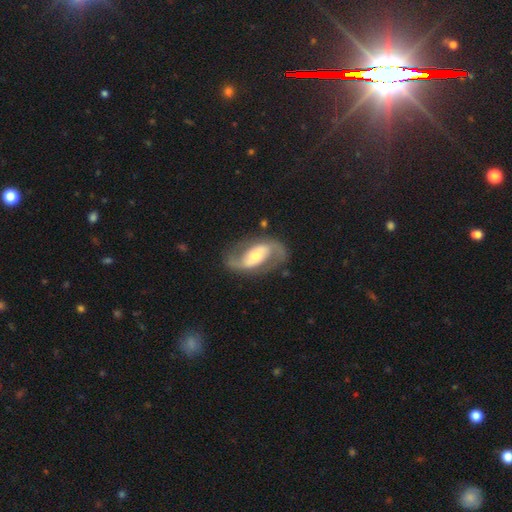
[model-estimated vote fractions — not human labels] A featured or disk galaxy (88%) with a strong bar (40%), 2 (93%) medium (44%) spiral arms (95%) and a moderate central bulge (55%).

Vote fractions:
- Smooth or featured? featured or disk: 88% / smooth: 8% / star or artifact: 4%
- Edge-on disk? no: 96% / yes: 4%
- Bar? strong: 40% / weak: 37% / no: 23%
- Spiral arms? yes: 95% / no: 5%
- Spiral winding? medium: 44% / loose: 42% / tight: 13%
- Spiral arm count? 2: 93% / can't tell: 2% / 1: 2% / 3: 1% / 4: 1% / more than 4: 1%
- Bulge size? moderate: 55% / small: 29% / large: 12% / none: 2% / dominant: 2%
- Merging? none: 79% / minor disturbance: 13% / major disturbance: 7% / merger: 2%